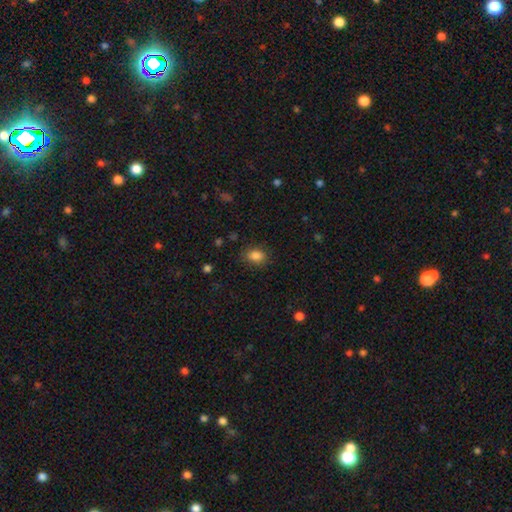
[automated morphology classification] type=smooth (85%); roundness=in between (72%); merging=none (84%).